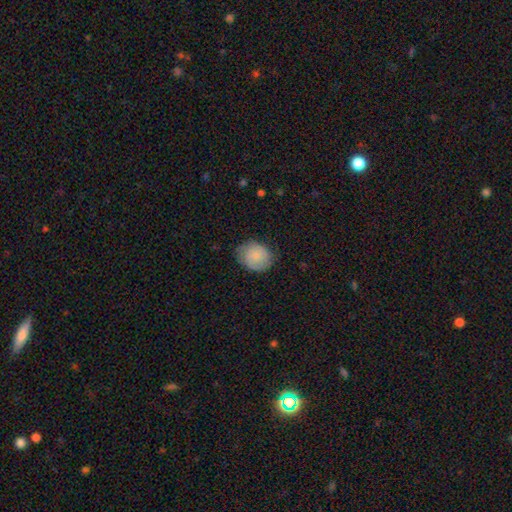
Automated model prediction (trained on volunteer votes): Smooth or featured?
  - smooth: 65% *
  - featured or disk: 28%
  - star or artifact: 7%
How rounded?
  - round: 65% *
  - in between: 34%
  - cigar-shaped: 1%
Merging?
  - none: 69% *
  - minor disturbance: 24%
  - major disturbance: 6%
  - merger: 1%